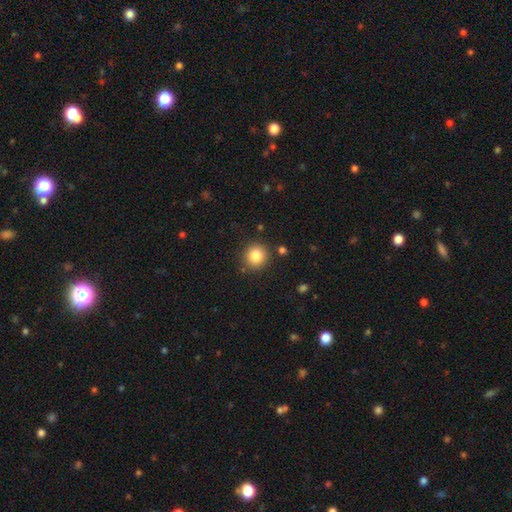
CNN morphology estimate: Smooth or featured: smooth — 83% (star or artifact — 10%)
How rounded: round — 90% (in between — 9%)
Merging: none — 87% (minor disturbance — 8%)